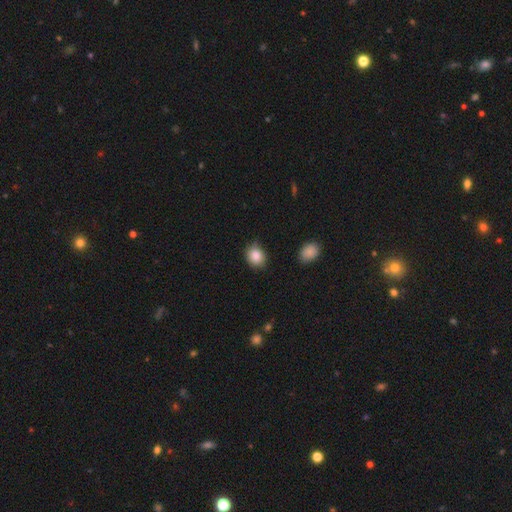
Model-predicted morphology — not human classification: This appears to be a smooth galaxy with no disk features (86%) that is round (63%). Merging: none (67%).